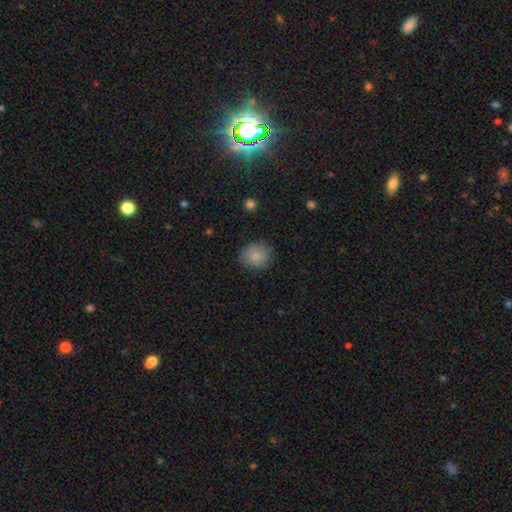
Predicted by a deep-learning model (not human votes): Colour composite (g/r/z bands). It shows a smooth galaxy with no disk features (85%) that is round (74%). Merging: none (84%).